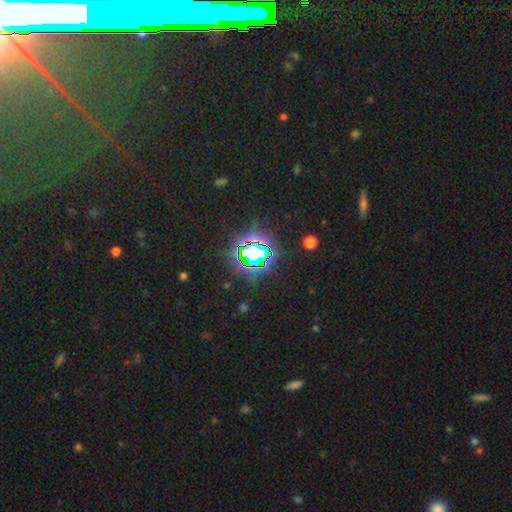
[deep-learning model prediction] Morphology: type=star or artifact (82%).